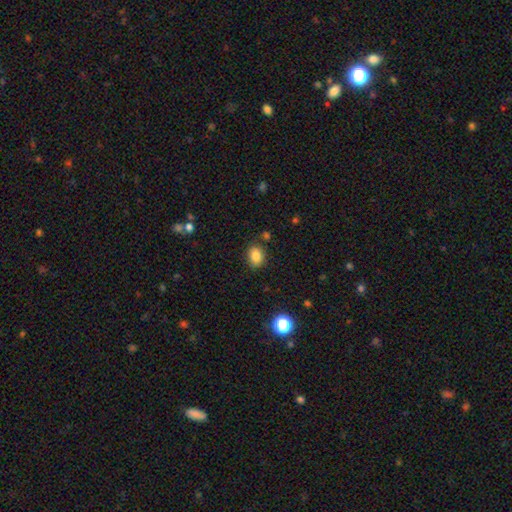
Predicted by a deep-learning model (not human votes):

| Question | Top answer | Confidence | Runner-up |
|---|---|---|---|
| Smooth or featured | smooth | 84% | star or artifact (11%) |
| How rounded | in between | 57% | round (42%) |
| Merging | none | 82% | minor disturbance (11%) |